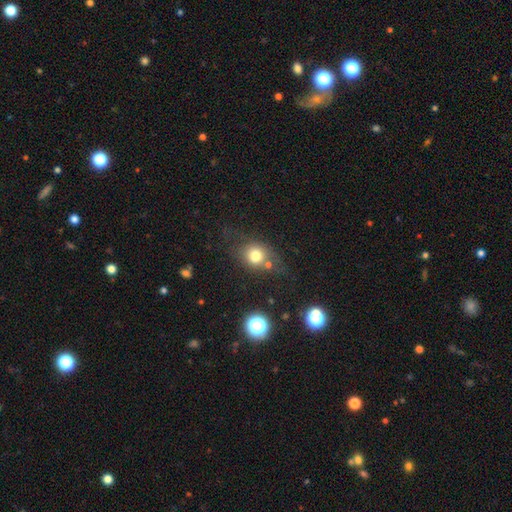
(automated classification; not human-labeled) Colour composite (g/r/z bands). It shows a smooth galaxy with no disk features (72%) that is round (64%). Merging: none (53%).